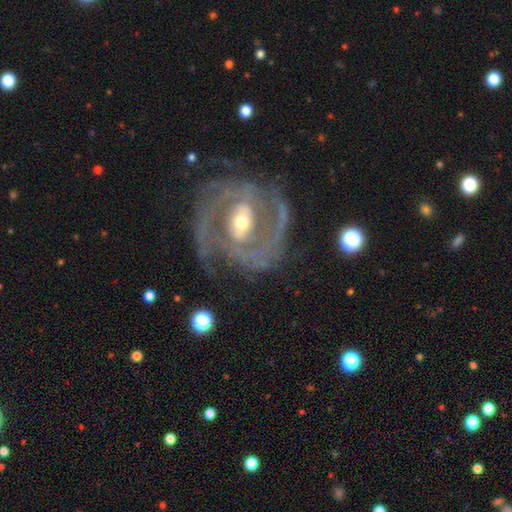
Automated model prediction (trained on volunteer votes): Smooth or featured: featured or disk — 91% (star or artifact — 5%)
Edge-on disk: no — 97% (yes — 3%)
Bar: weak — 42% (no — 32%)
Spiral arms: yes — 96% (no — 4%)
Spiral winding: tight — 51% (medium — 40%)
Spiral arm count: 2 — 53% (3 — 18%)
Bulge size: moderate — 60% (small — 34%)
Merging: none — 72% (minor disturbance — 16%)